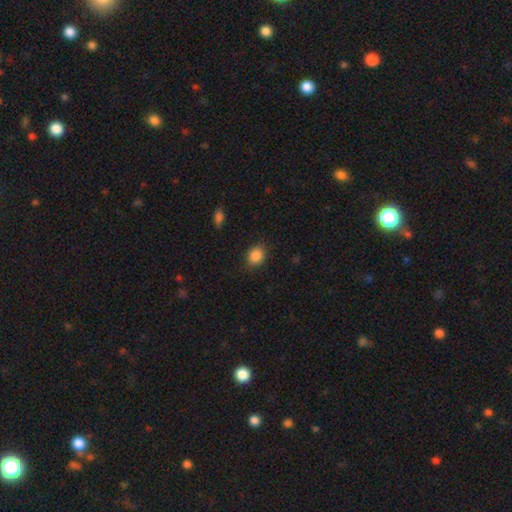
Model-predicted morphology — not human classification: type=smooth (86%); roundness=in between (52%); merging=none (84%).